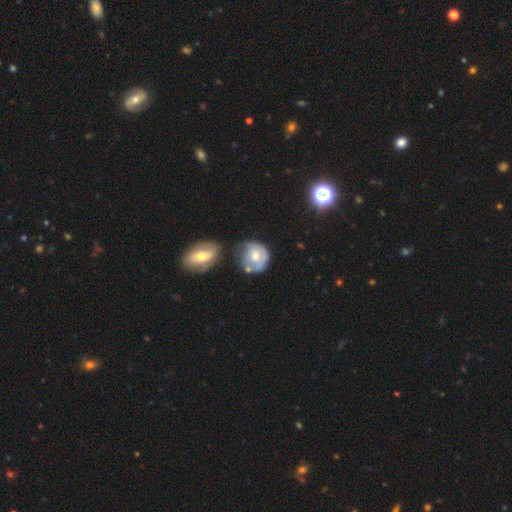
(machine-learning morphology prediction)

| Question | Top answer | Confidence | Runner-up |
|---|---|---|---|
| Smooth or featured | smooth | 50% | featured or disk (44%) |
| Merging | none | 41% | minor disturbance (26%) |